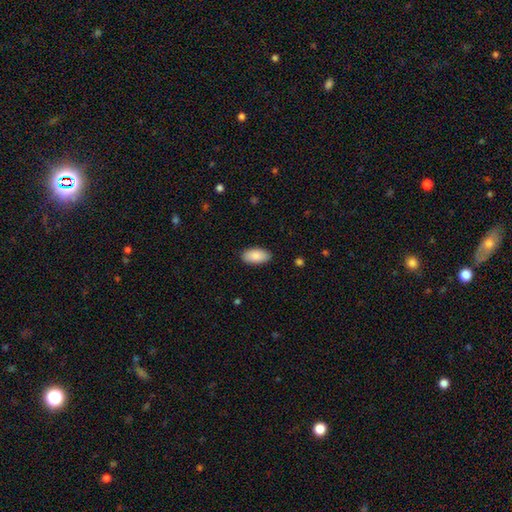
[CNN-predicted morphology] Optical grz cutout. It shows a smooth galaxy with no disk features (88%) that is in between round and cigar-shaped (95%). Merging: none (88%).